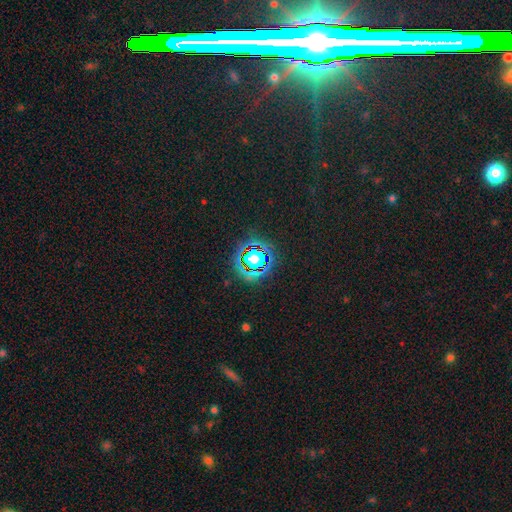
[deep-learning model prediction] star or artifact 79%, smooth 12%, featured or disk 8%.